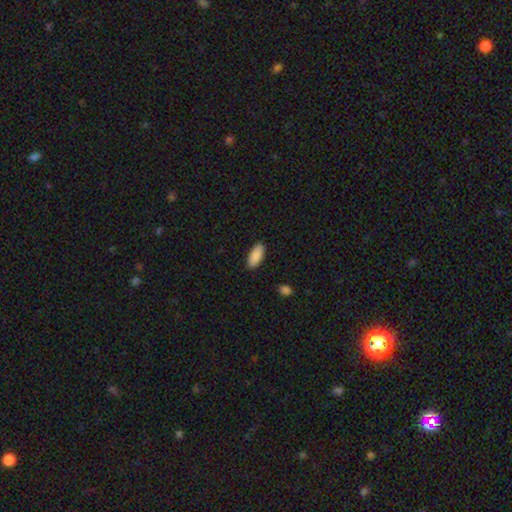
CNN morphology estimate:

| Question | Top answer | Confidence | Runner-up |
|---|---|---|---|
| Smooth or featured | smooth | 90% | star or artifact (6%) |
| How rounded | in between | 87% | cigar-shaped (11%) |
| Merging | none | 89% | minor disturbance (8%) |